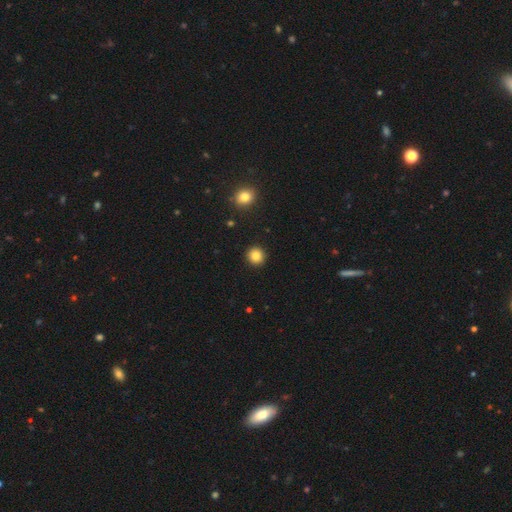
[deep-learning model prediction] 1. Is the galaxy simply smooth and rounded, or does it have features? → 85% smooth, 11% star or artifact, 5% featured or disk.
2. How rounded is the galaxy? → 93% round, 6% in between, 1% cigar-shaped.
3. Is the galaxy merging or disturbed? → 93% none, 4% minor disturbance, 2% major disturbance, 1% merger.